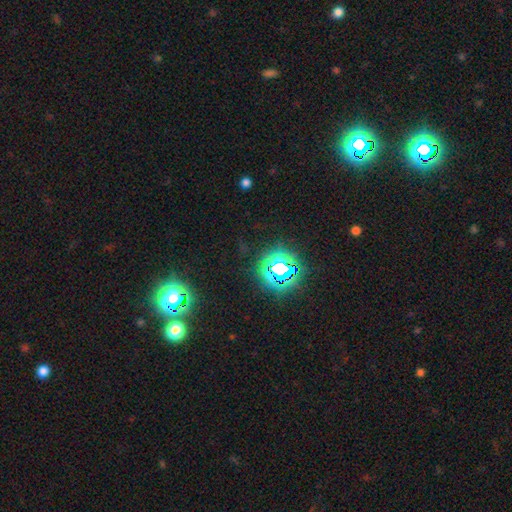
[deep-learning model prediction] A star or artifact, not a galaxy (75%).

Vote fractions:
- Smooth or featured? star or artifact: 75% / smooth: 18% / featured or disk: 7%